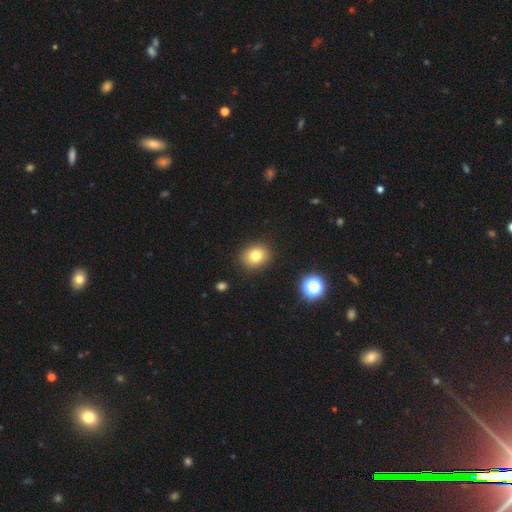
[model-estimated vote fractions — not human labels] smooth_or_featured: smooth (p=0.79) [alt: star or artifact p=0.13]
how_rounded: round (p=0.65) [alt: in between p=0.34]
merging: none (p=0.89) [alt: minor disturbance p=0.08]